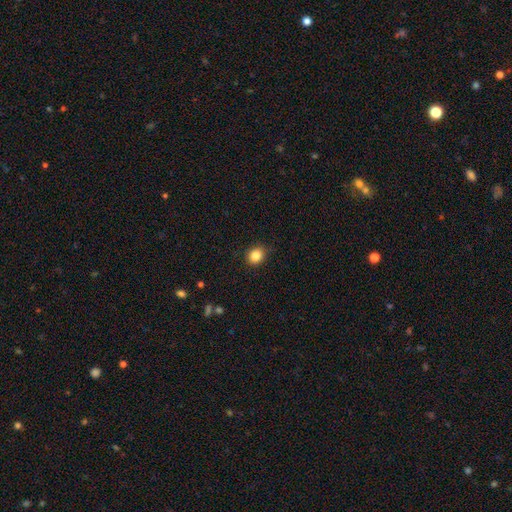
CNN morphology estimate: type=smooth (85%); roundness=round (71%); merging=none (88%).